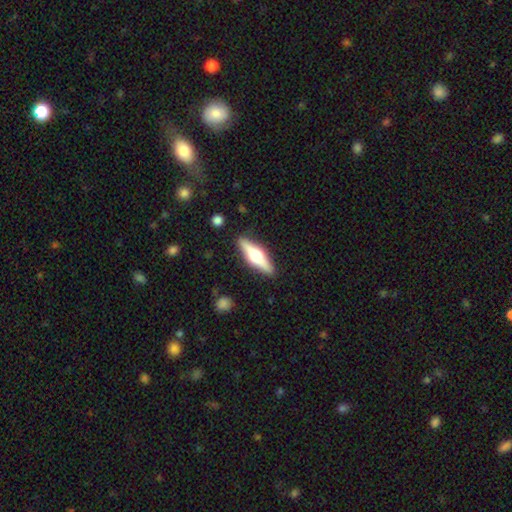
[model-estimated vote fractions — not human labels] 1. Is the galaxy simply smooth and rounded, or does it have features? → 60% featured or disk, 34% smooth, 5% star or artifact.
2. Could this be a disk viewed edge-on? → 95% yes, 5% no.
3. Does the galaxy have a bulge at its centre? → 94% rounded, 4% boxy, 2% none.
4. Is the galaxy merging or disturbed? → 88% none, 8% minor disturbance, 2% major disturbance, 1% merger.